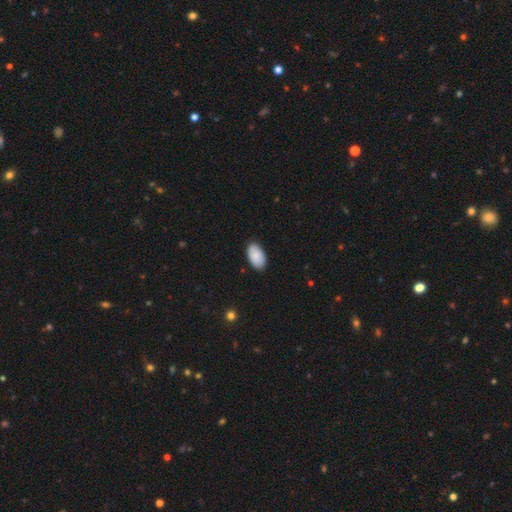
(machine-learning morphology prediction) Smooth or featured: smooth — 88% (star or artifact — 6%)
How rounded: in between — 96% (round — 3%)
Merging: none — 87% (minor disturbance — 10%)